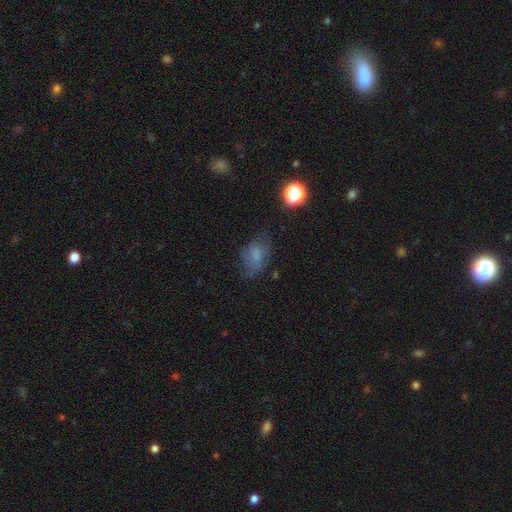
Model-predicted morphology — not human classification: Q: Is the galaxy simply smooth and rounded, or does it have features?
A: smooth — 51%.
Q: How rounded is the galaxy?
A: in between — 74%.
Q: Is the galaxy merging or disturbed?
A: none — 54%.